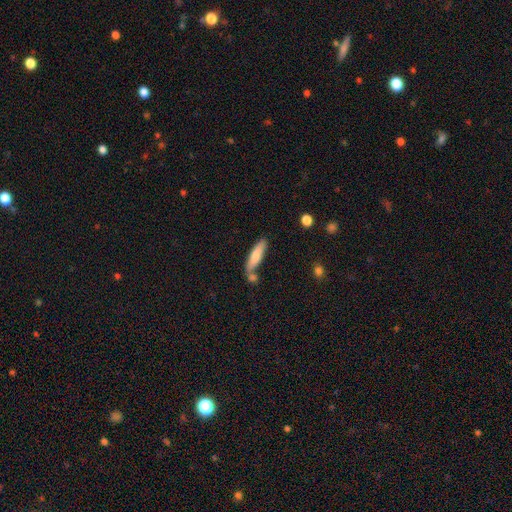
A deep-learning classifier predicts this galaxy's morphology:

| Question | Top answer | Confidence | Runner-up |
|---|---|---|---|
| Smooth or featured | smooth | 74% | featured or disk (20%) |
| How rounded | cigar-shaped | 71% | in between (27%) |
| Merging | none | 58% | merger (22%) |